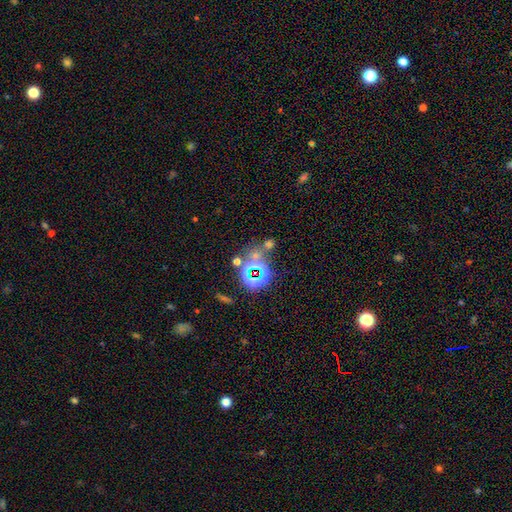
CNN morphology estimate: This is likely a star or artifact rather than a galaxy (74%).